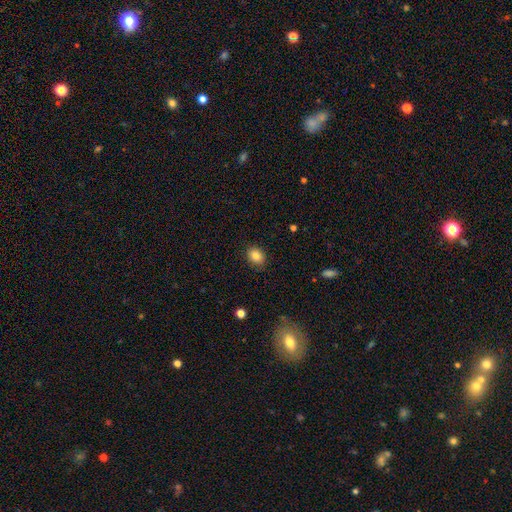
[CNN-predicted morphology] This is clearly a smooth galaxy (84%). How rounded: possibly in between (55%). Merging: clearly none (87%).